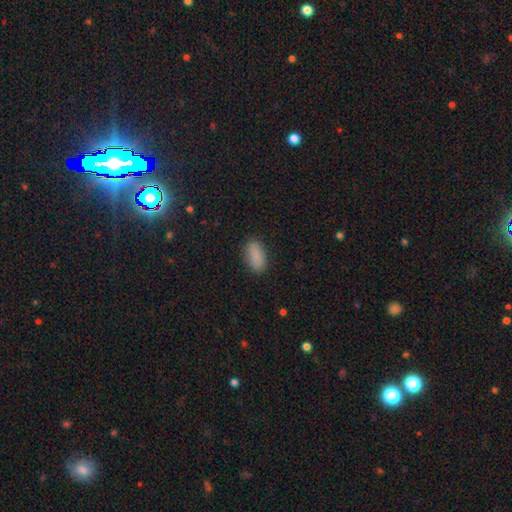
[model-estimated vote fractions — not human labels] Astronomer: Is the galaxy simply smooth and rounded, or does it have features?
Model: smooth — 87%.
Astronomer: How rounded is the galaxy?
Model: in between — 89%.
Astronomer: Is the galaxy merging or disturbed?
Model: none — 85%.